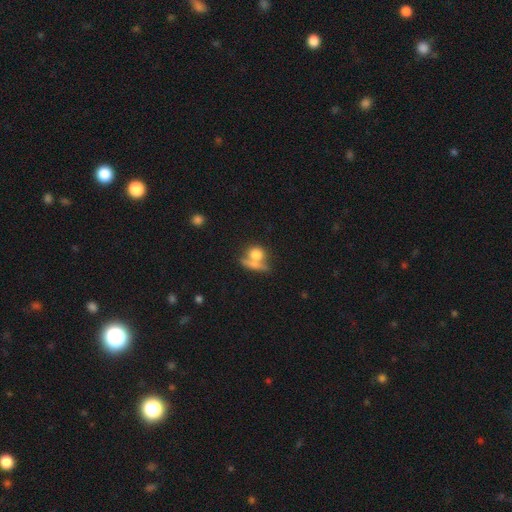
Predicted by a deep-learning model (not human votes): Smooth or featured? smooth (77%)
How rounded? round (65%)
Merging? none (44%)